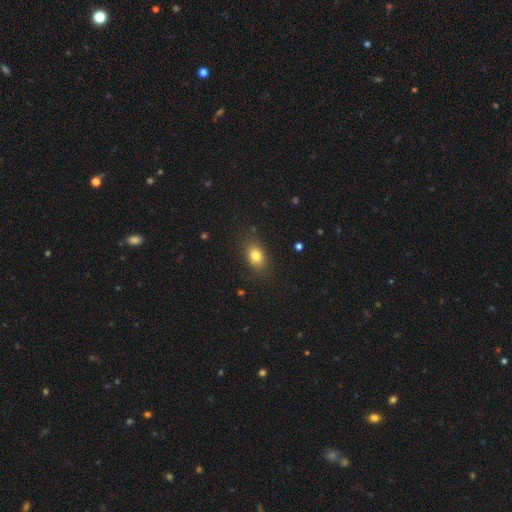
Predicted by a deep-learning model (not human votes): Morphology: type=smooth (80%); roundness=in between (70%); merging=none (82%).